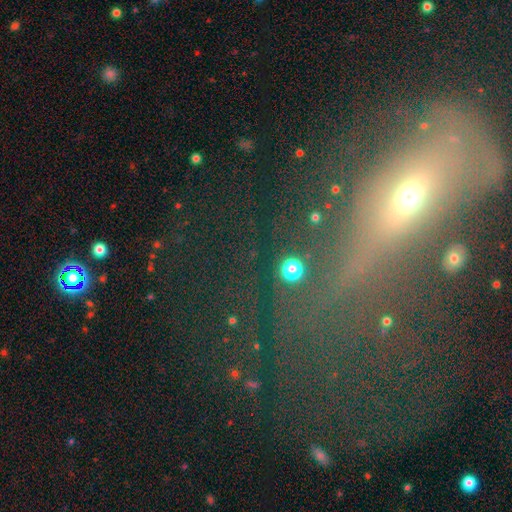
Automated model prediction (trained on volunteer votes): star or artifact 48%, smooth 28%, featured or disk 24%.